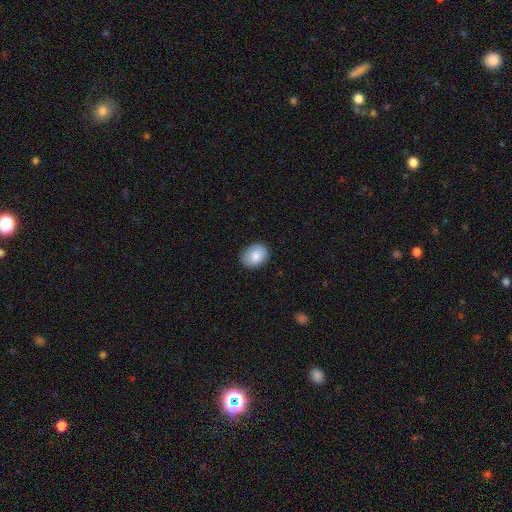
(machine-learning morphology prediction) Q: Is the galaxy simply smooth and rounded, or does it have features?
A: smooth — 86%.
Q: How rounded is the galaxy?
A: in between — 65%.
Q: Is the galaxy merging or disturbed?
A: none — 85%.